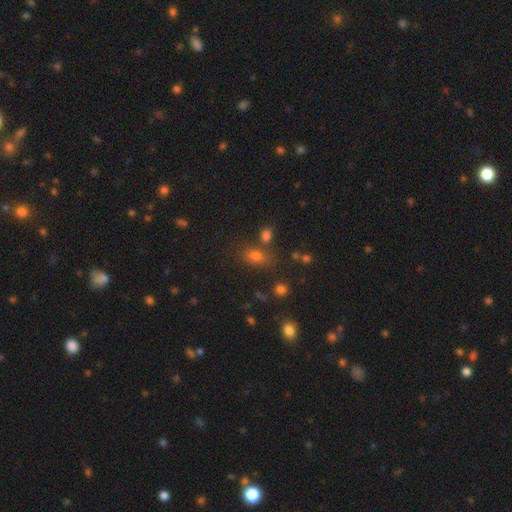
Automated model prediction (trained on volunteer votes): Overall: smooth (69%). How rounded: in between (71%). Merging: none (67%).